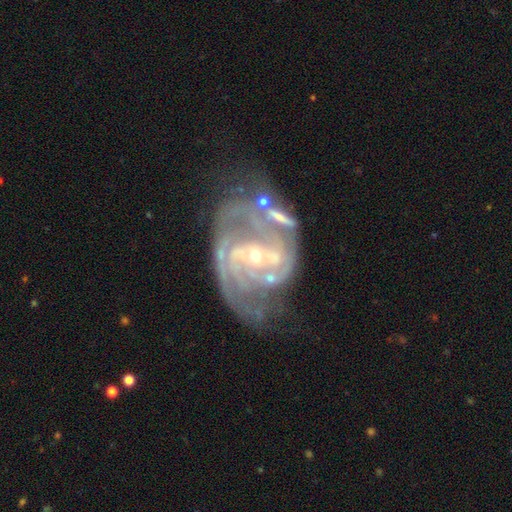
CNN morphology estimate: A featured or disk galaxy (87%) with a weak bar (40%), 2 (42%) medium (42%, tied with tight) spiral arms (92%) and a small central bulge (71%). Merging: none (37%).